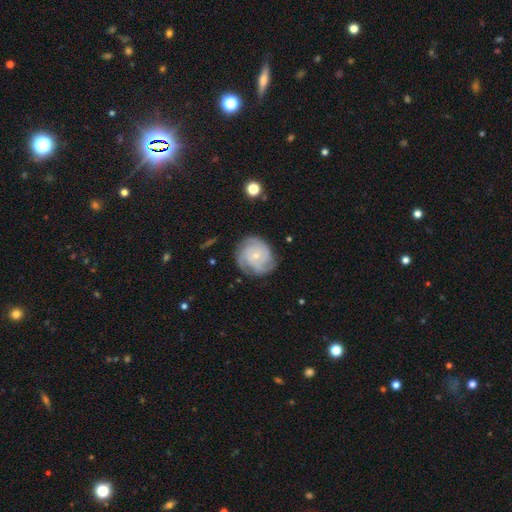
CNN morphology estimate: Overall: featured or disk (81%). Edge-on disk: no (98%). Bar: no (77%). Spiral arms: yes (96%). Spiral arm count: 3 (30%; 4 28%). Spiral winding: tight (67%; medium 27%). Bulge size: small (78%). Merging: none (76%).